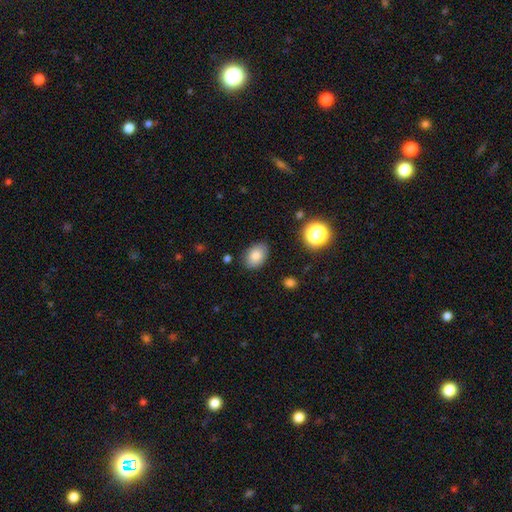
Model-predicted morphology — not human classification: The model was most divided on "how rounded": in between: 80%, round: 19%, cigar-shaped: 1%. More confident: merging — none (83%); smooth or featured — smooth (81%).